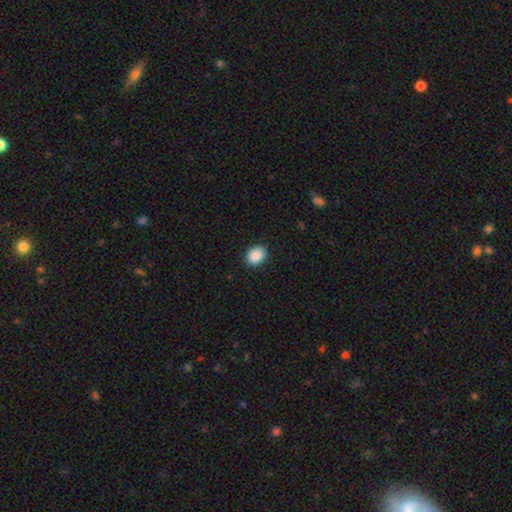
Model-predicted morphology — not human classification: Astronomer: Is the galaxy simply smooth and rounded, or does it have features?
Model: smooth — 89%.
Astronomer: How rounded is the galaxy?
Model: in between — 63%.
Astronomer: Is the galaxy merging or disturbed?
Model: none — 89%.